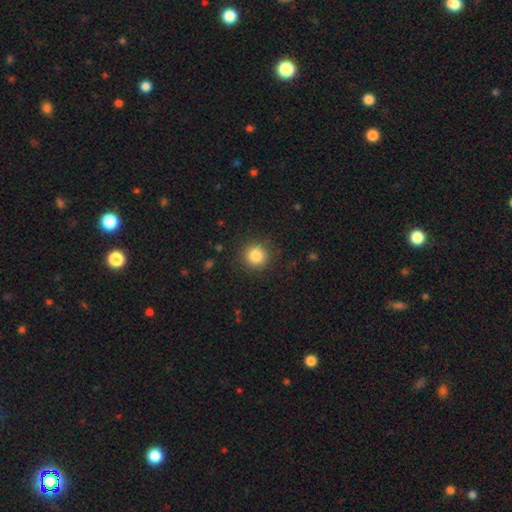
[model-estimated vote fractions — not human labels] This appears to be a smooth galaxy with no disk features (84%) that is round (94%). Merging: none (90%).